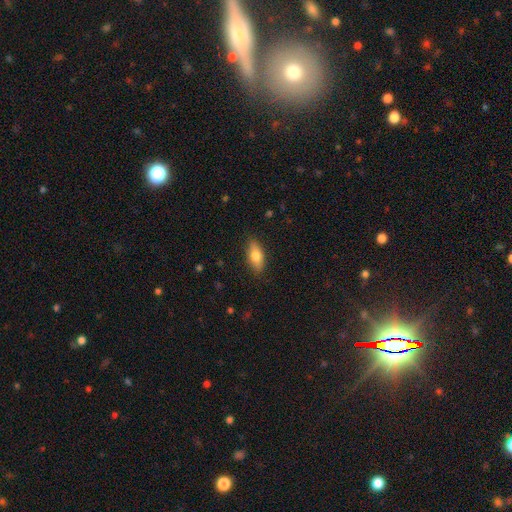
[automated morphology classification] type=smooth (74%); roundness=in between (78%); merging=none (86%).